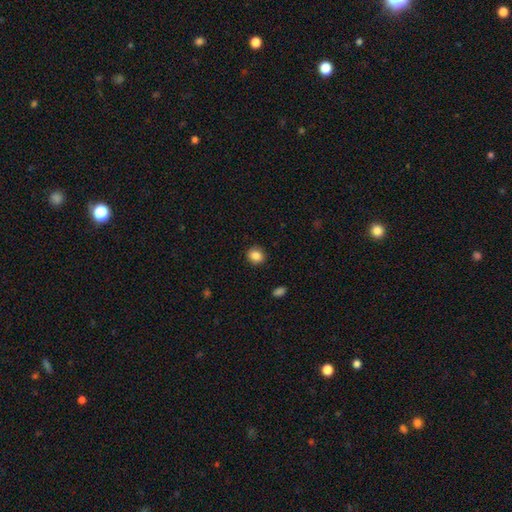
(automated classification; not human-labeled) smooth-or-featured: smooth: 86% | star or artifact: 9% | featured or disk: 4%
  how-rounded: round: 82% | in between: 17% | cigar-shaped: 1%
  merging: none: 90% | minor disturbance: 7% | major disturbance: 2% | merger: 1%